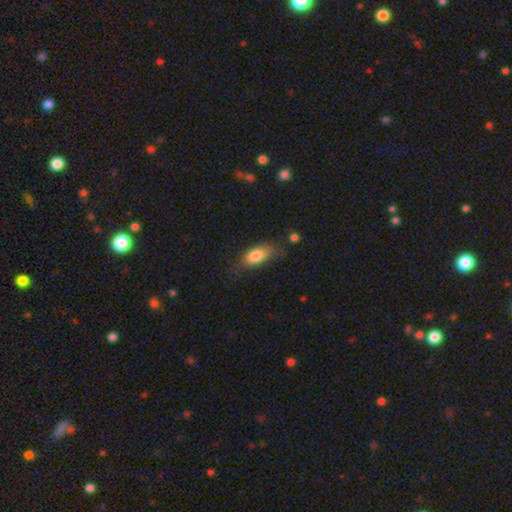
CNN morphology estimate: A smooth galaxy with no disk features (79%) that is in between round and cigar-shaped (85%). Merging: none (56%).